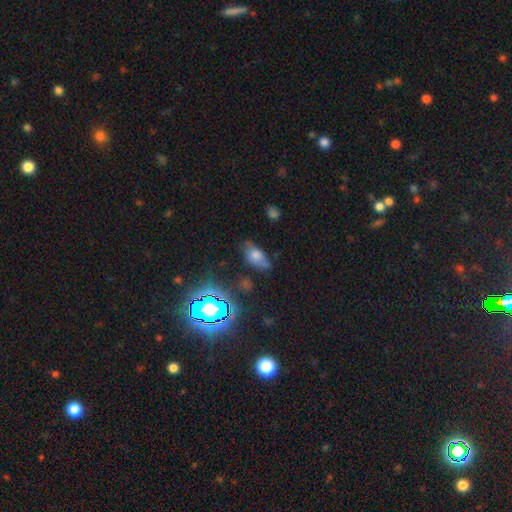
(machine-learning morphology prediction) Smooth or featured? smooth (52%)
How rounded? in between (84%)
Merging? none (62%)